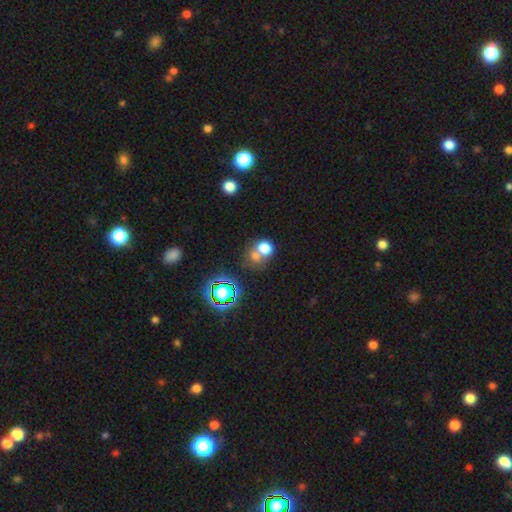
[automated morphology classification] The model was most divided on "merging": merger: 45%, none: 42%, minor disturbance: 8%, major disturbance: 5%. More confident: how rounded — round (73%); smooth or featured — smooth (66%).